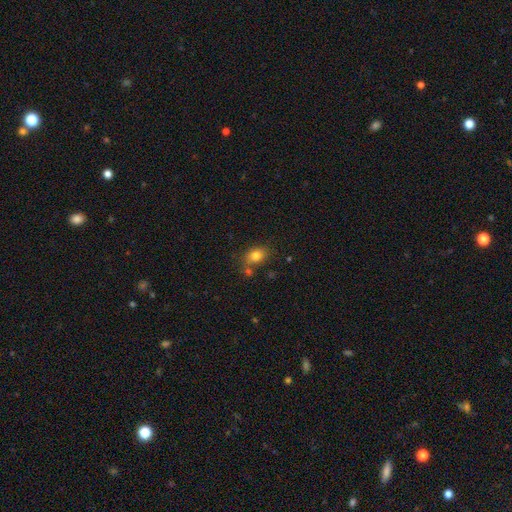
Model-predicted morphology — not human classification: Smooth or featured? smooth (80%)
How rounded? in between (66%)
Merging? none (68%)